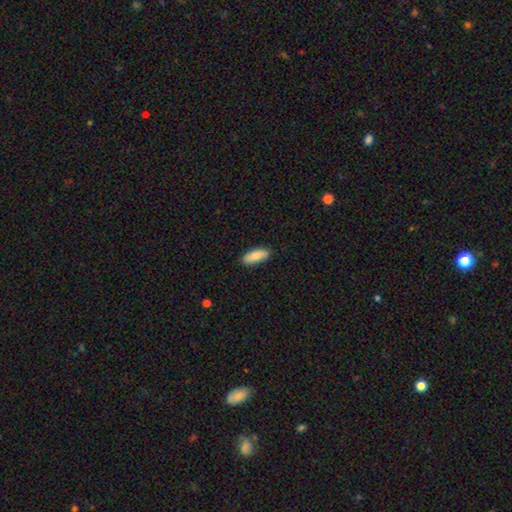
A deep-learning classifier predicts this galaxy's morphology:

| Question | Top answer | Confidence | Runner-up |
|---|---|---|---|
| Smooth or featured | smooth | 81% | featured or disk (13%) |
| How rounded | in between | 79% | cigar-shaped (19%) |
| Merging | none | 84% | minor disturbance (13%) |